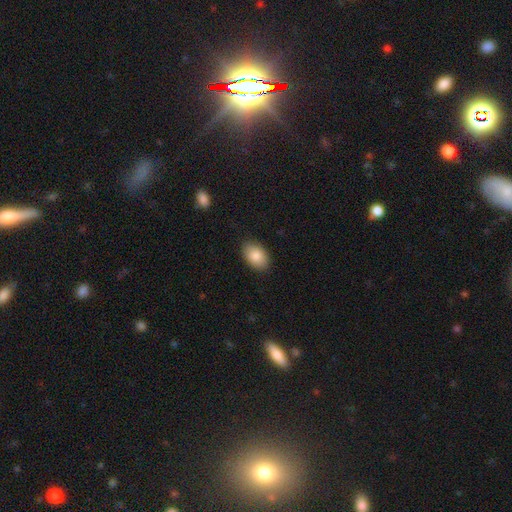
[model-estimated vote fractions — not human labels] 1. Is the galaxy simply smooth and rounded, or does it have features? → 87% smooth, 7% featured or disk, 7% star or artifact.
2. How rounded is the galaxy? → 90% in between, 9% round, 1% cigar-shaped.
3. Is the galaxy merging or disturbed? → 87% none, 9% minor disturbance, 2% major disturbance, 1% merger.